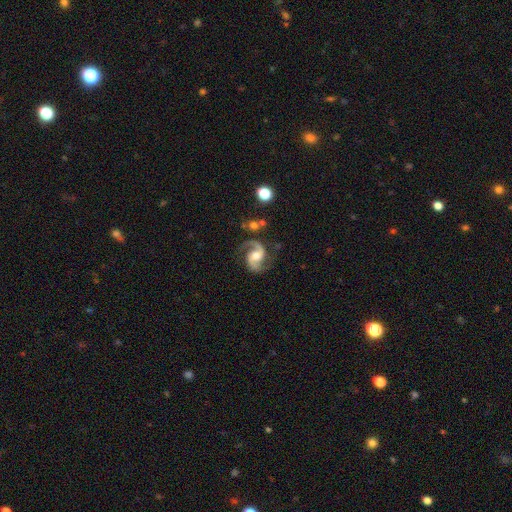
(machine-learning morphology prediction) Smooth or featured?
  - featured or disk: 92% *
  - star or artifact: 5%
  - smooth: 4%
Edge-on disk?
  - no: 98% *
  - yes: 2%
Bar?
  - no: 46% *
  - weak: 40%
  - strong: 14%
Spiral arms?
  - yes: 98% *
  - no: 2%
Spiral winding?
  - medium: 60% *
  - loose: 27%
  - tight: 13%
Spiral arm count?
  - 2: 94% *
  - 1: 2%
  - can't tell: 1%
  - 3: 1%
  - 4: 1%
  - more than 4: 1%
Bulge size?
  - moderate: 67% *
  - small: 19%
  - large: 10%
  - none: 3%
  - dominant: 1%
Merging?
  - none: 77% *
  - minor disturbance: 14%
  - major disturbance: 6%
  - merger: 3%